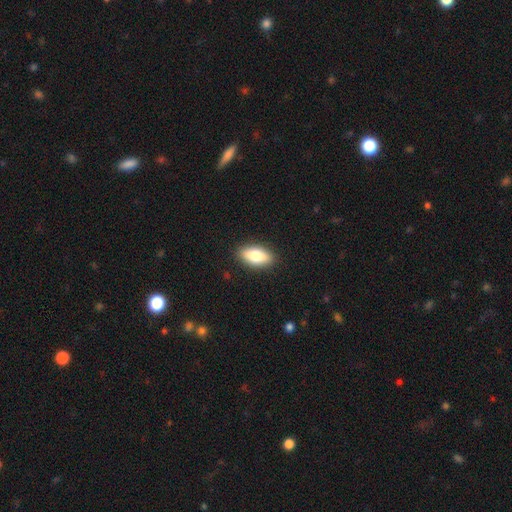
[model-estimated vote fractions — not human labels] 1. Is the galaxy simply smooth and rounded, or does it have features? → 79% smooth, 14% featured or disk, 7% star or artifact.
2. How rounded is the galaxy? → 86% in between, 10% cigar-shaped, 3% round.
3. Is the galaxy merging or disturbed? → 89% none, 8% minor disturbance, 2% major disturbance, 1% merger.